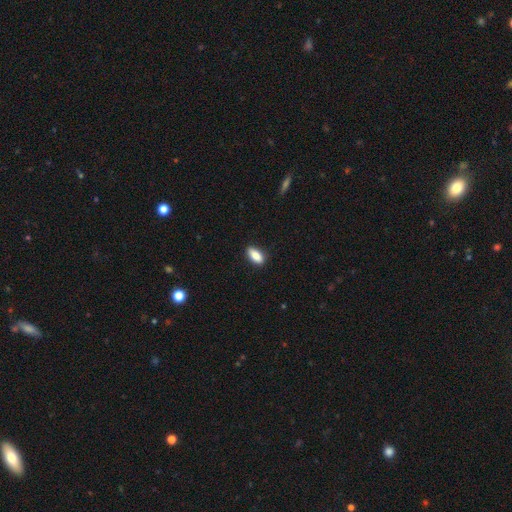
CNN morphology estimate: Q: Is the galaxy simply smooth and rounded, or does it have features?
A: smooth — 85%.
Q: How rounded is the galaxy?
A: in between — 84%.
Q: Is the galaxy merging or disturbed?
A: none — 86%.